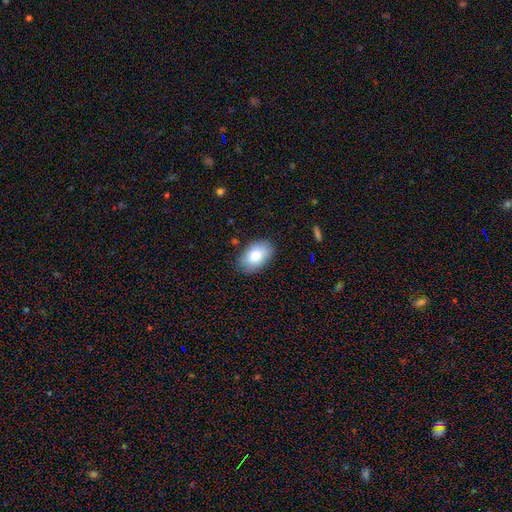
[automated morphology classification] Smooth or featured? smooth (83%)
How rounded? in between (90%)
Merging? none (82%)